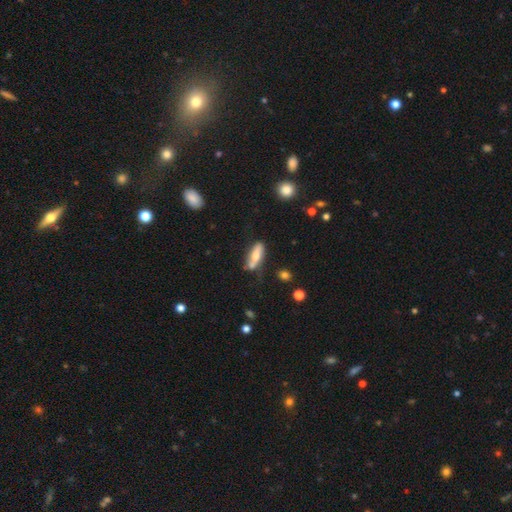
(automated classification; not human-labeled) Q: Smooth or featured?
A: smooth (62%); runner-up: featured or disk (31%)
Q: How rounded?
A: in between (59%); runner-up: cigar-shaped (39%)
Q: Merging?
A: none (53%); runner-up: minor disturbance (24%)